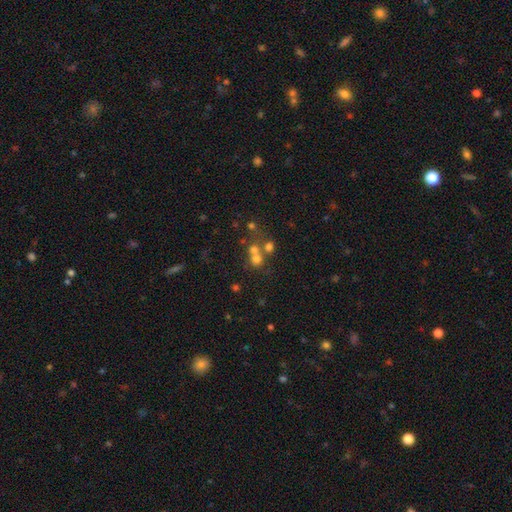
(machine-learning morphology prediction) Smooth or featured? smooth (62%)
How rounded? round (86%)
Merging? merger (45%)